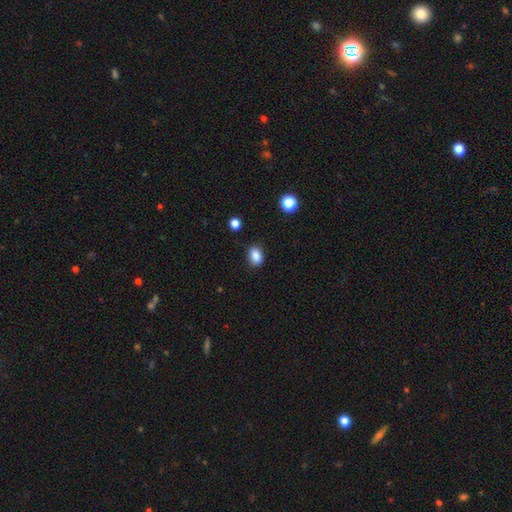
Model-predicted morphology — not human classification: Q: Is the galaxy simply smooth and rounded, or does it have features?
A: smooth — 86%.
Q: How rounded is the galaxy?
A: in between — 77%.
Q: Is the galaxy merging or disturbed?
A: none — 83%.